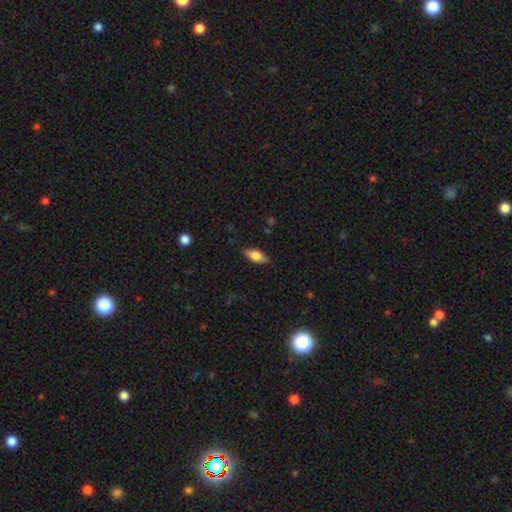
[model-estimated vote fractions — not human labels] Overall: smooth (63%; featured or disk 30%). How rounded: in between (76%). Merging: none (83%).